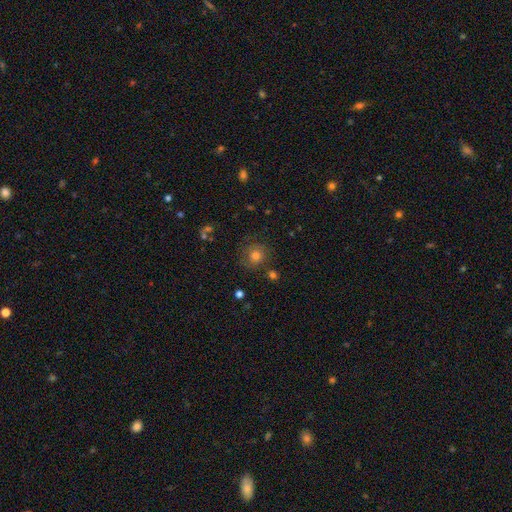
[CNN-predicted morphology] smooth-or-featured: smooth: 72% | star or artifact: 15% | featured or disk: 13%
  how-rounded: round: 89% | in between: 10% | cigar-shaped: 1%
  merging: none: 80% | minor disturbance: 12% | major disturbance: 5% | merger: 3%